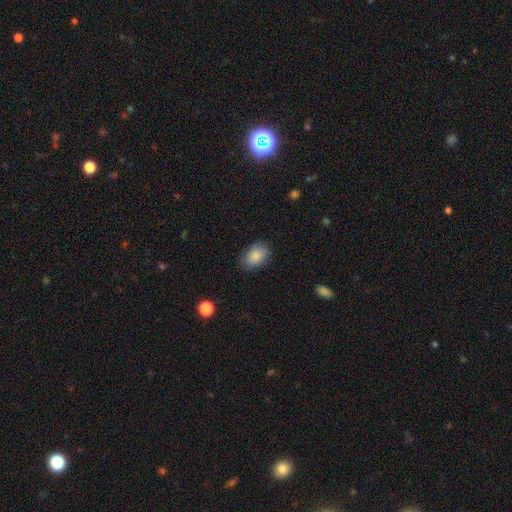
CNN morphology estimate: Overall: smooth (86%). How rounded: in between (86%). Merging: none (79%).